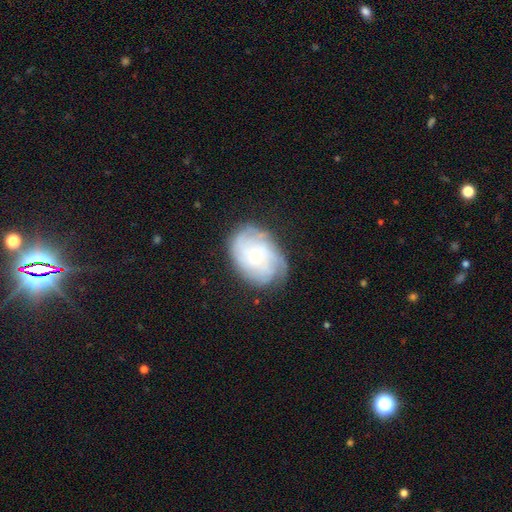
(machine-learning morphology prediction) type=featured or disk (71%); edge-on=no (97%); bar=no (79%); spiral arms=yes (90%); winding=tight (62%); arm count=can't tell (45%); bulge=small (63%); merging=none (72%).